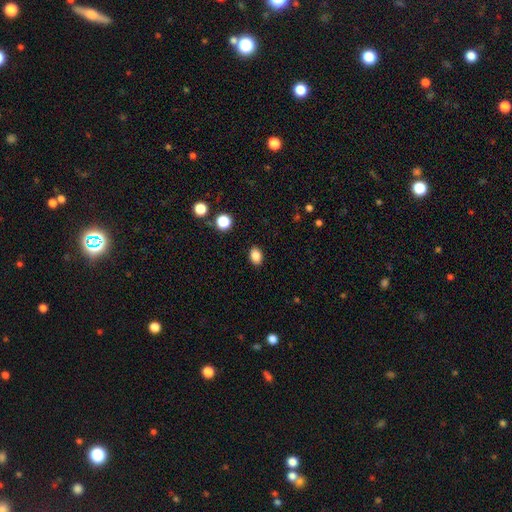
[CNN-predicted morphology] type=smooth (87%); roundness=in between (77%); merging=none (89%).